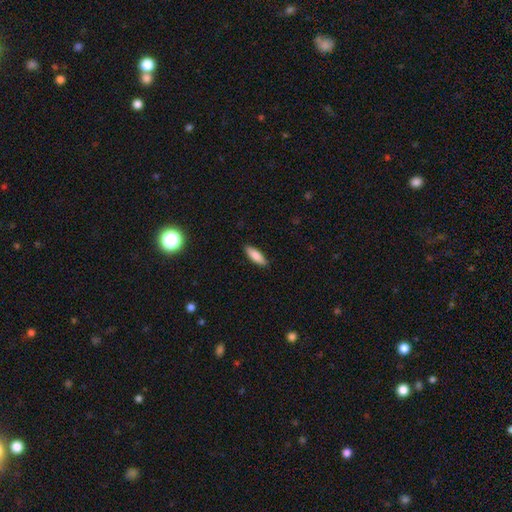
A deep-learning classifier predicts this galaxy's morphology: A smooth galaxy with no disk features (82%) that is in between round and cigar-shaped (54%). Merging: none (89%).